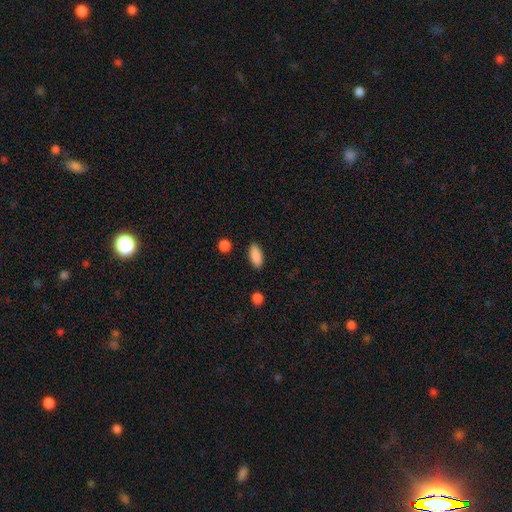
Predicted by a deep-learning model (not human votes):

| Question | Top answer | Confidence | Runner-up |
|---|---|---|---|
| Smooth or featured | smooth | 89% | star or artifact (7%) |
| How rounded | in between | 82% | cigar-shaped (16%) |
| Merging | none | 88% | minor disturbance (8%) |